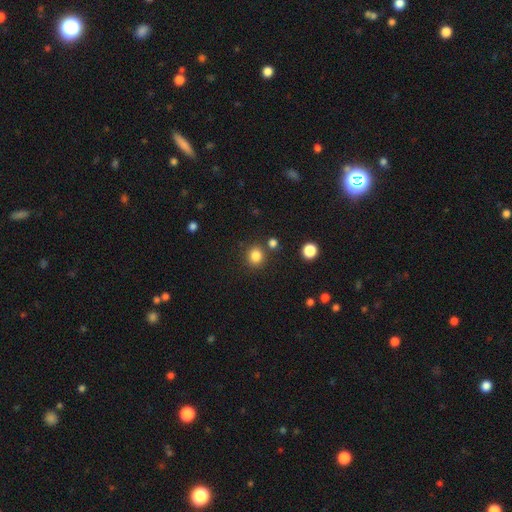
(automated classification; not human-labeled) Overall: smooth (84%). How rounded: round (84%). Merging: none (82%).